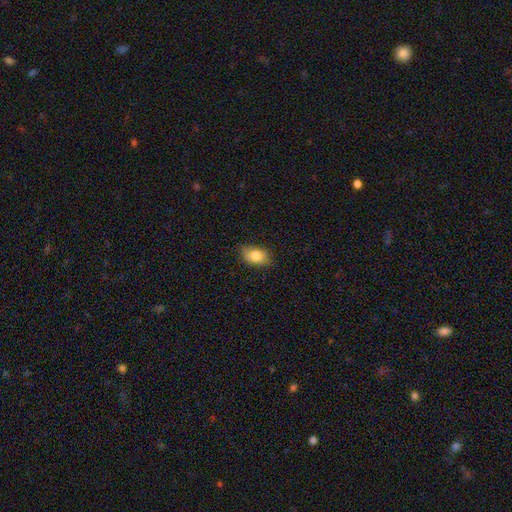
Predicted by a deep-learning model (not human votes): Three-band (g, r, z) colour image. It shows a smooth galaxy with no disk features (82%) that is in between round and cigar-shaped (86%). Merging: none (79%).